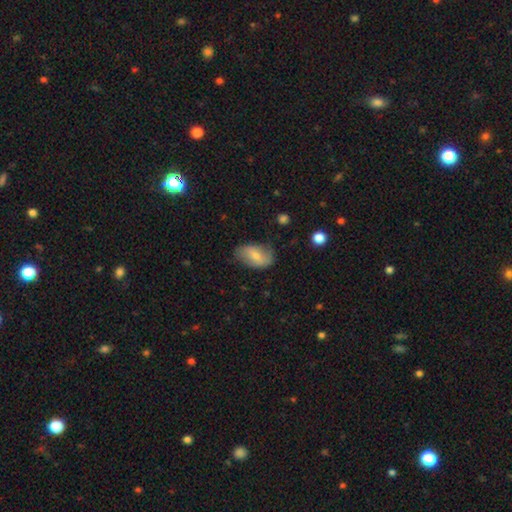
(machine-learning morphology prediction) Smooth or featured: smooth — 66% (featured or disk — 27%)
How rounded: in between — 91% (round — 6%)
Merging: none — 67% (minor disturbance — 25%)